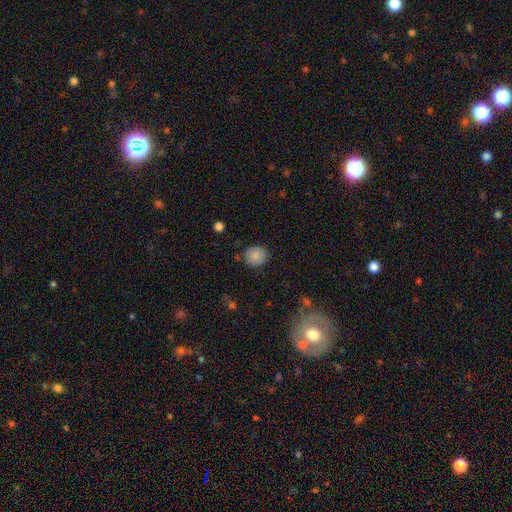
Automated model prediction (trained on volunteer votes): smooth-or-featured: smooth: 86% | star or artifact: 9% | featured or disk: 6%
  how-rounded: round: 81% | in between: 18% | cigar-shaped: 1%
  merging: none: 85% | minor disturbance: 10% | major disturbance: 3% | merger: 2%